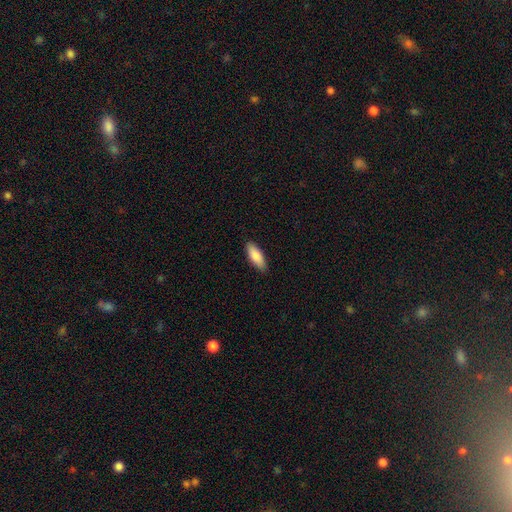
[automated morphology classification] The model was most divided on "how rounded": in between: 69%, cigar-shaped: 29%, round: 2%. More confident: merging — none (89%); smooth or featured — smooth (85%).